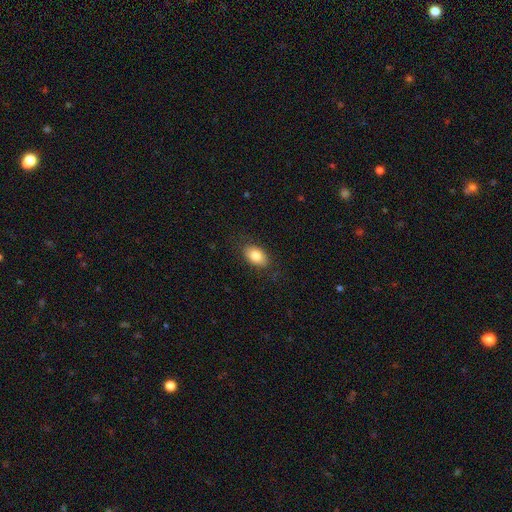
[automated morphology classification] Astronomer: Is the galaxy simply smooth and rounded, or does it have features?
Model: smooth — 83%.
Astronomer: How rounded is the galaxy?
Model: in between — 89%.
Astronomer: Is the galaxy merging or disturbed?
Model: none — 84%.